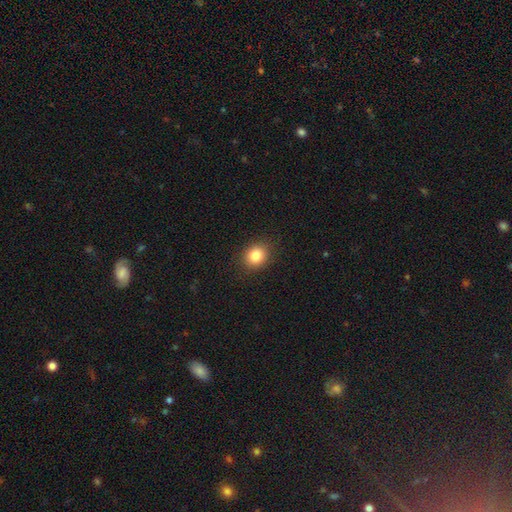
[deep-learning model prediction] A smooth galaxy with no disk features (83%) that is round (66%).

Vote fractions:
- Smooth or featured? smooth: 83% / star or artifact: 11% / featured or disk: 7%
- How rounded? round: 66% / in between: 33% / cigar-shaped: 1%
- Merging? none: 89% / minor disturbance: 8% / major disturbance: 2% / merger: 1%